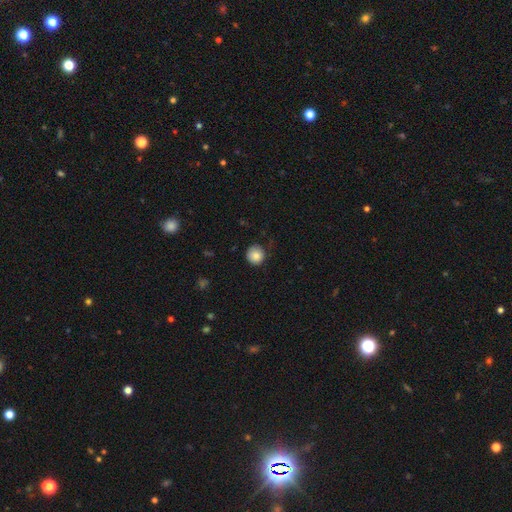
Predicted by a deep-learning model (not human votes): smooth-or-featured: smooth: 84% | star or artifact: 9% | featured or disk: 7%
  how-rounded: round: 93% | in between: 6% | cigar-shaped: 1%
  merging: none: 74% | minor disturbance: 20% | major disturbance: 4% | merger: 1%